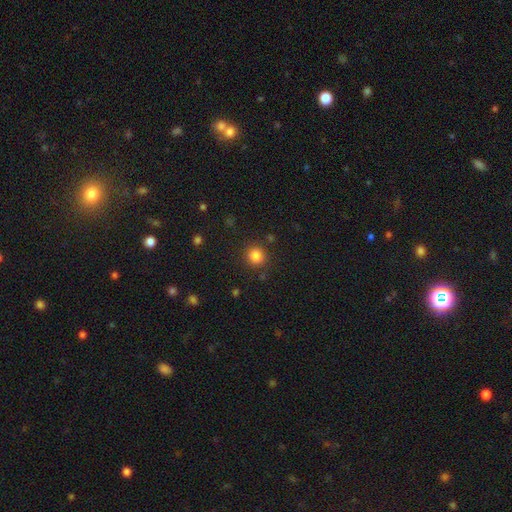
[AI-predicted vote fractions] The model was most divided on "smooth or featured": smooth: 84%, star or artifact: 12%, featured or disk: 4%. More confident: how rounded — round (91%); merging — none (88%).